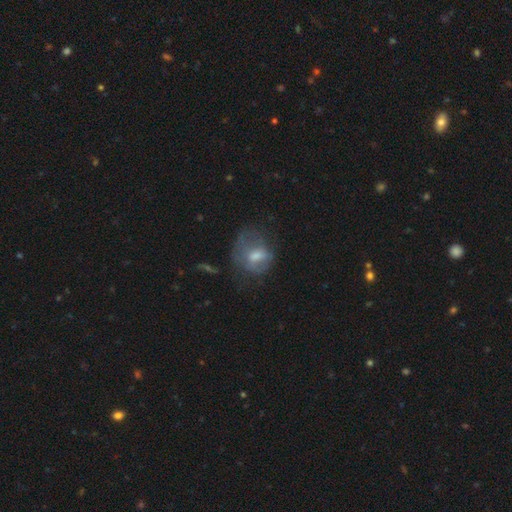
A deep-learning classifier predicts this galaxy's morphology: This is possibly a smooth galaxy (51%). How rounded: possibly round (51%). Merging: marginally none (42%).